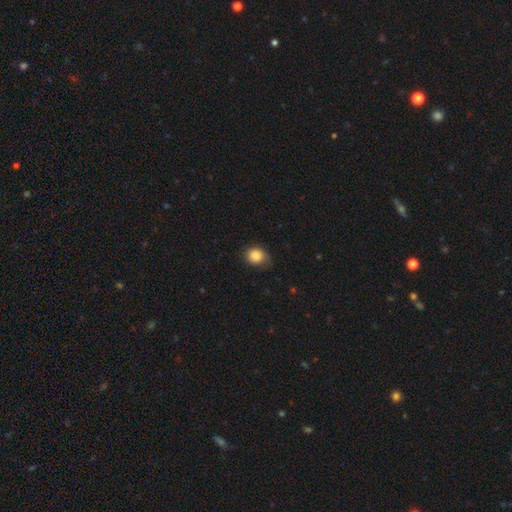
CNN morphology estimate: Smooth or featured?
  - smooth: 87% *
  - star or artifact: 8%
  - featured or disk: 5%
How rounded?
  - round: 63% *
  - in between: 36%
  - cigar-shaped: 1%
Merging?
  - none: 61% *
  - minor disturbance: 30%
  - major disturbance: 8%
  - merger: 1%